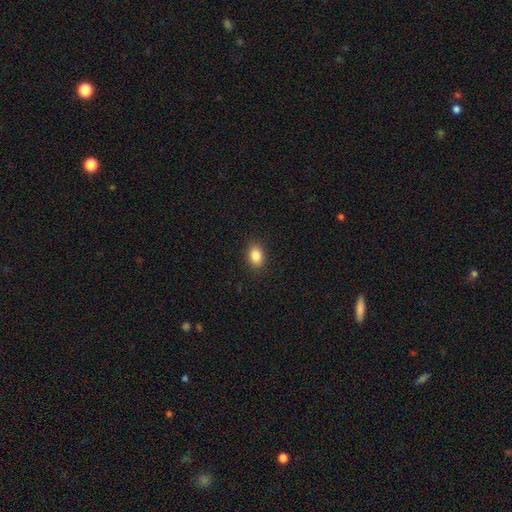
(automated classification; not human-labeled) smooth_or_featured: smooth (p=0.86) [alt: star or artifact p=0.09]
how_rounded: in between (p=0.80) [alt: round p=0.19]
merging: none (p=0.89) [alt: minor disturbance p=0.08]